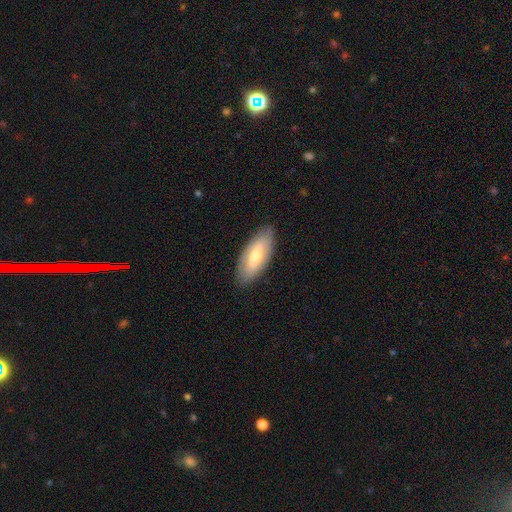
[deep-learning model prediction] smooth 56%, featured or disk 38%, star or artifact 6%. Down the decision tree: how rounded — in between (79%); merging — none (86%).